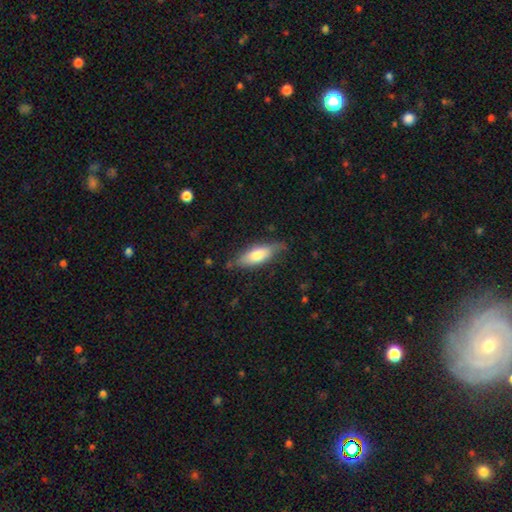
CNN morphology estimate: type=smooth (64%); roundness=in between (57%); merging=none (72%).